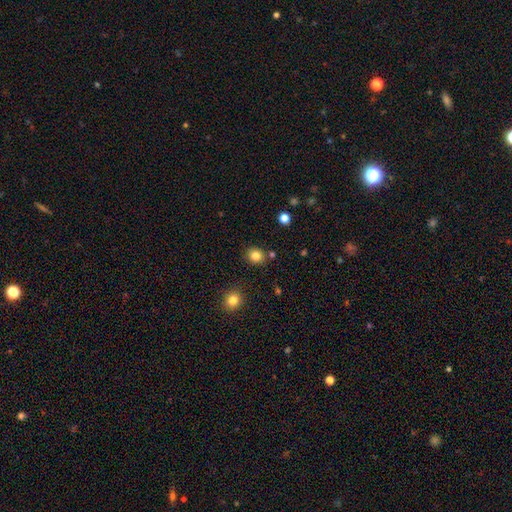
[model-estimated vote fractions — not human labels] The model was most divided on "how rounded": round: 77%, in between: 22%, cigar-shaped: 1%. More confident: merging — none (85%); smooth or featured — smooth (83%).